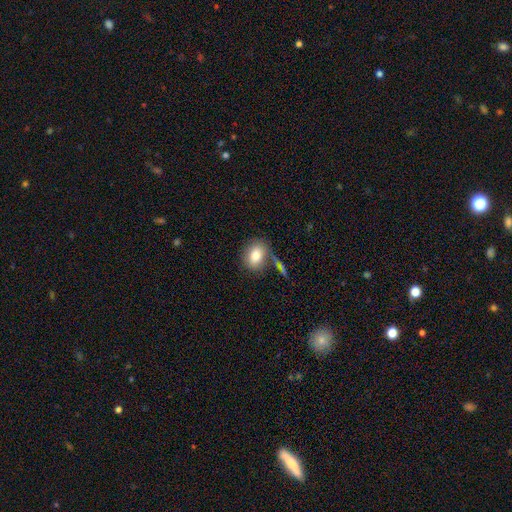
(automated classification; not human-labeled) A smooth galaxy with no disk features (79%) that is in between round and cigar-shaped (65%). Merging: none (67%).